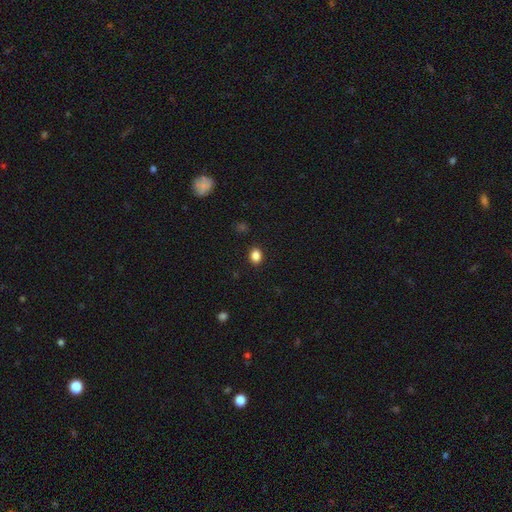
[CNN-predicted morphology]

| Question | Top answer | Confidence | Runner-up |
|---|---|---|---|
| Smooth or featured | smooth | 86% | star or artifact (11%) |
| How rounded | in between | 56% | round (43%) |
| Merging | none | 90% | minor disturbance (7%) |